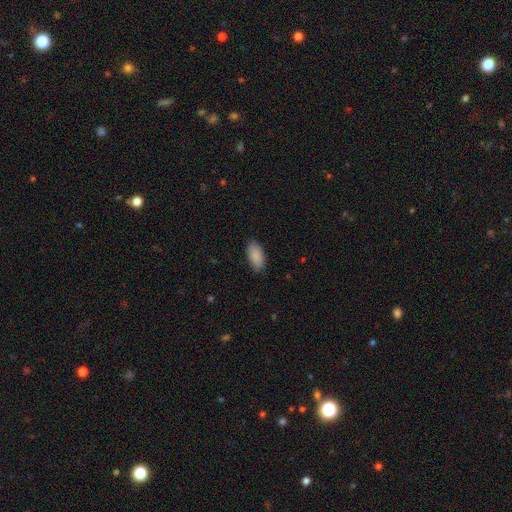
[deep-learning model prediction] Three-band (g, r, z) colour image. It shows a smooth galaxy with no disk features (89%) that is in between round and cigar-shaped (92%). Merging: none (85%).